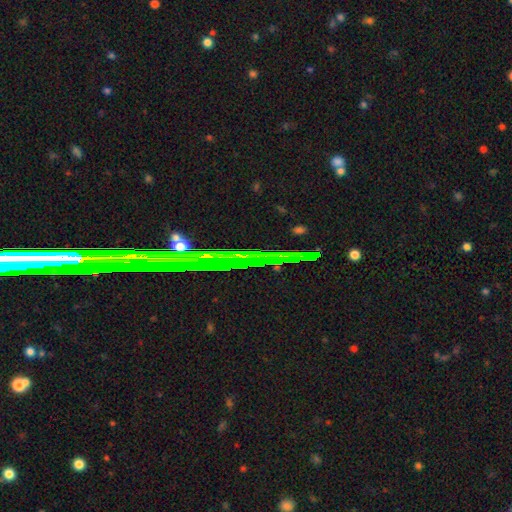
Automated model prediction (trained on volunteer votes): Q: Smooth or featured?
A: star or artifact (71%); runner-up: featured or disk (18%)